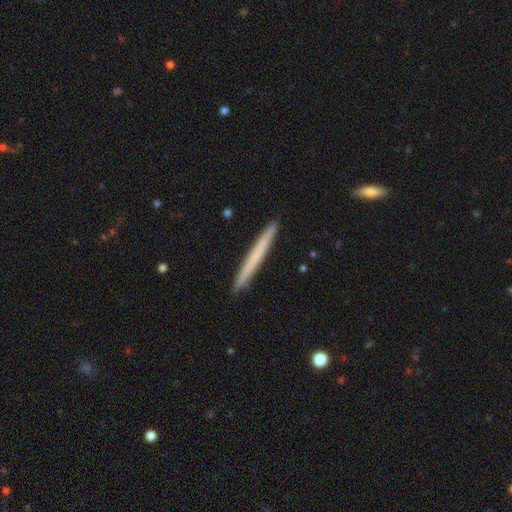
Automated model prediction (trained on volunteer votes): A smooth galaxy with no disk features (59%) that is cigar-shaped (97%).

Vote fractions:
- Smooth or featured? smooth: 59% / featured or disk: 36% / star or artifact: 5%
- How rounded? cigar-shaped: 97% / in between: 1% / round: 1%
- Merging? none: 93% / minor disturbance: 5% / major disturbance: 1% / merger: 1%